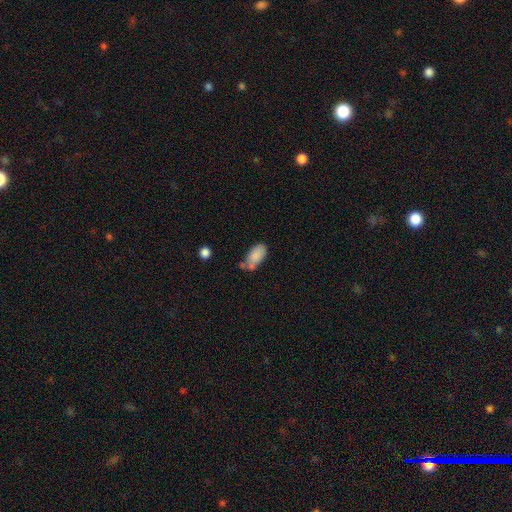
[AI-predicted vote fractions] Smooth or featured? Predicted: smooth (p=0.83). How rounded? Predicted: in between (p=0.93). Merging? Predicted: none (p=0.46).